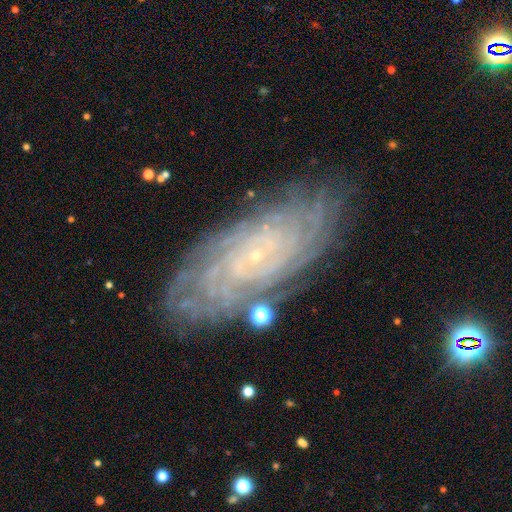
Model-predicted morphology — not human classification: featured or disk 85%, smooth 8%, star or artifact 7%. Down the decision tree: edge-on disk — no (93%); bar — no (76%); spiral arms — yes (97%); spiral arm count — can't tell (36%); spiral winding — tight (84%); bulge size — small (90%); merging — none (80%).